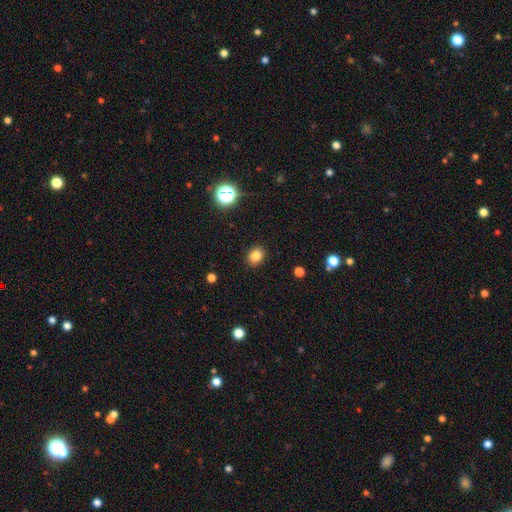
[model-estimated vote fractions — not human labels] The model was most divided on "how rounded": round: 64%, in between: 36%, cigar-shaped: 1%. More confident: merging — none (91%); smooth or featured — smooth (83%).